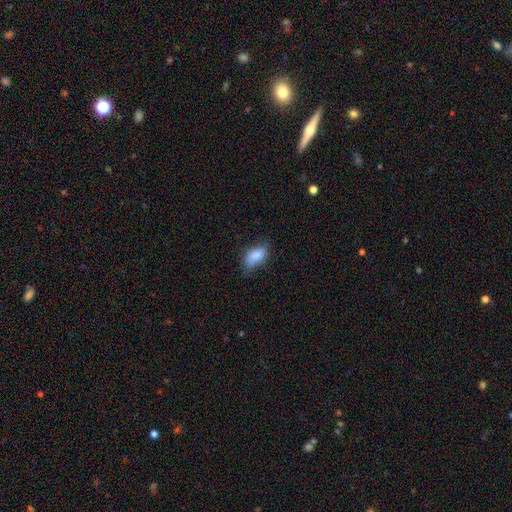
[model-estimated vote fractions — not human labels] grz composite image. It shows a smooth galaxy with no disk features (85%) that is in between round and cigar-shaped (91%). Merging: none (58%).